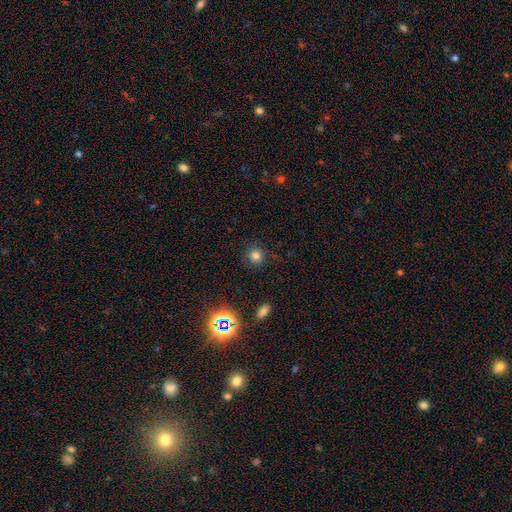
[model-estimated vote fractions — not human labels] smooth 77%, star or artifact 17%, featured or disk 6%. Down the decision tree: how rounded — round (93%); merging — none (87%).